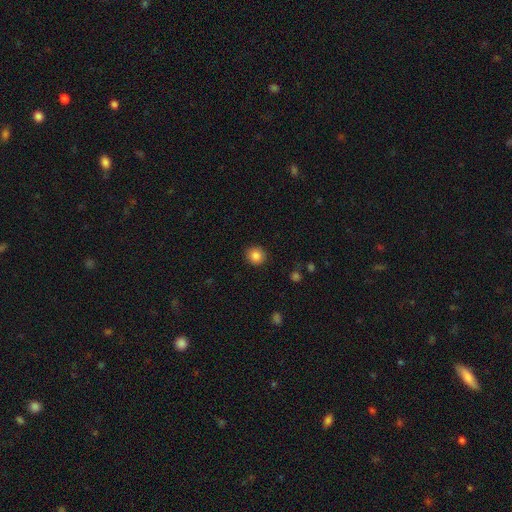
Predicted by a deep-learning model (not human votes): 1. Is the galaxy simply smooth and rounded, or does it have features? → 86% smooth, 10% star or artifact, 4% featured or disk.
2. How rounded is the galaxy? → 90% round, 9% in between, 1% cigar-shaped.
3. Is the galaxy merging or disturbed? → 91% none, 6% minor disturbance, 2% major disturbance, 1% merger.